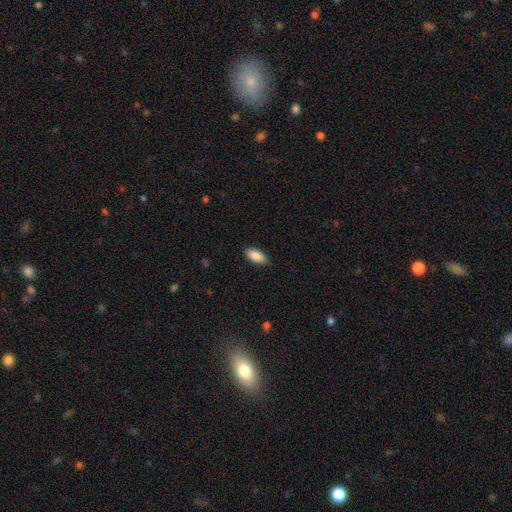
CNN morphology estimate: Smooth or featured?
  - smooth: 89% *
  - star or artifact: 6%
  - featured or disk: 4%
How rounded?
  - in between: 91% *
  - cigar-shaped: 7%
  - round: 2%
Merging?
  - none: 87% *
  - minor disturbance: 9%
  - major disturbance: 2%
  - merger: 1%